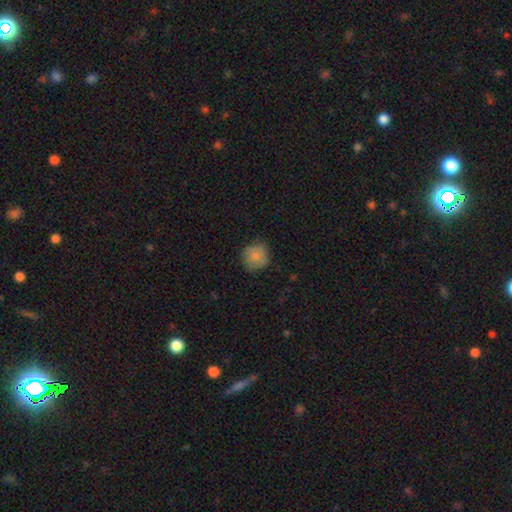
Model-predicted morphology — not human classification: Smooth or featured? smooth (82%)
How rounded? round (89%)
Merging? none (74%)